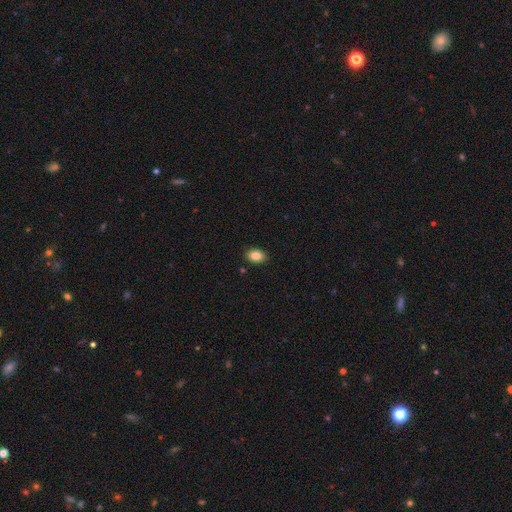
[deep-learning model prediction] smooth-or-featured: smooth: 84% | star or artifact: 9% | featured or disk: 7%
  how-rounded: in between: 81% | round: 17% | cigar-shaped: 1%
  merging: none: 88% | minor disturbance: 9% | major disturbance: 2% | merger: 1%